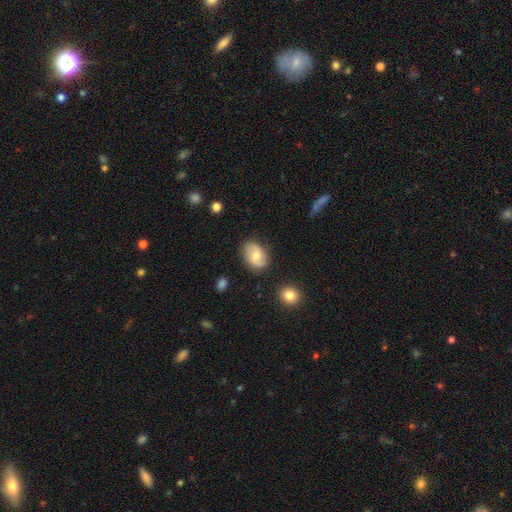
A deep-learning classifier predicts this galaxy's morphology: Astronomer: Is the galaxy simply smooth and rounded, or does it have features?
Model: smooth — 58% (runner-up: featured or disk, 35%).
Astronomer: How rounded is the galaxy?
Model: in between — 80%.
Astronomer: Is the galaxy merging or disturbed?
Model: none — 80%.